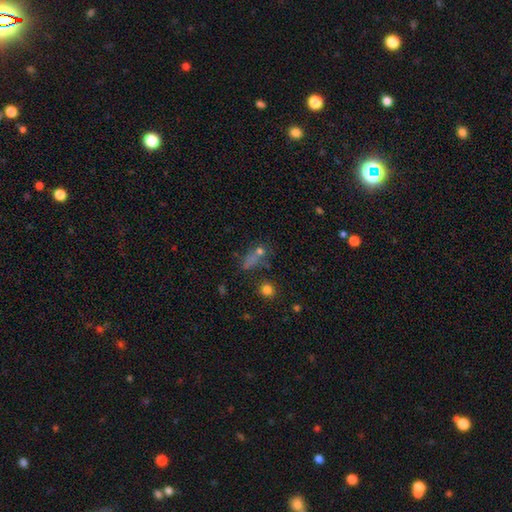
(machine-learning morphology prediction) This is possibly a smooth galaxy (51%). How rounded: possibly in between (48%). Merging: possibly none (51%).